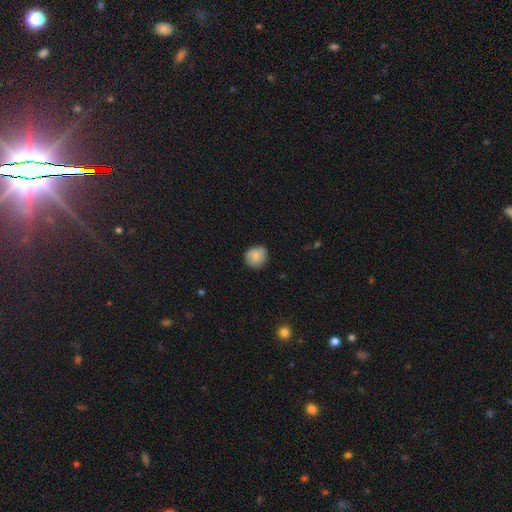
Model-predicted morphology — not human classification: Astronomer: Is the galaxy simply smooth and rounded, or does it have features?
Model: smooth — 83%.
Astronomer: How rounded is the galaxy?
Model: round — 89%.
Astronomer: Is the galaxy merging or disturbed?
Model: none — 79%.